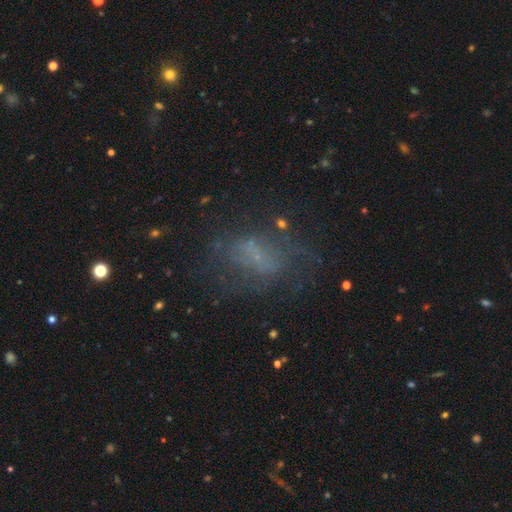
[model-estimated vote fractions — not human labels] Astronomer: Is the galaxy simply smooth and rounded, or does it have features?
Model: featured or disk — 48% (runner-up: smooth, 31%).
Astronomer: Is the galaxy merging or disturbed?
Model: none — 51%.